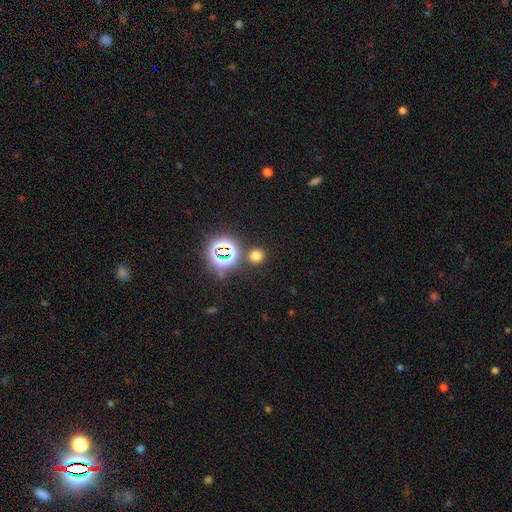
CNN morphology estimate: Smooth or featured?
  - smooth: 63% *
  - star or artifact: 31%
  - featured or disk: 6%
How rounded?
  - round: 89% *
  - in between: 10%
  - cigar-shaped: 1%
Merging?
  - none: 85% *
  - minor disturbance: 6%
  - merger: 5%
  - major disturbance: 3%